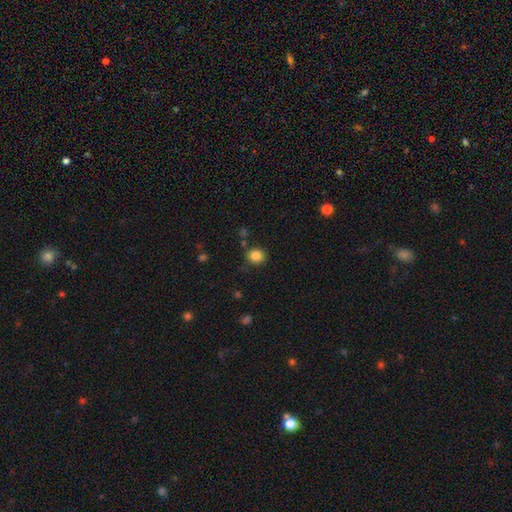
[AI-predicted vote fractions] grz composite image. It shows a smooth galaxy with no disk features (83%) that is round (81%). Merging: none (82%).